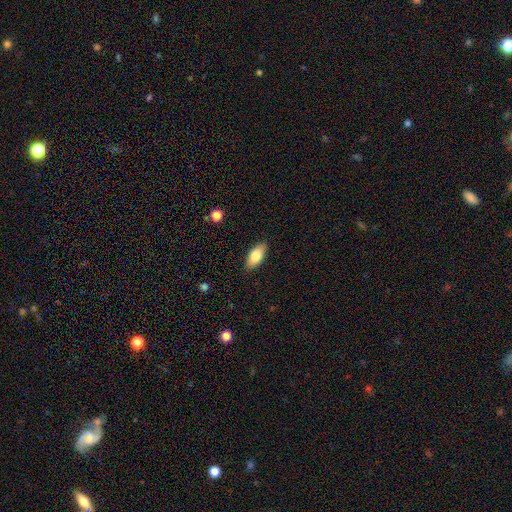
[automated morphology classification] Q: Smooth or featured?
A: smooth (80%); runner-up: featured or disk (13%)
Q: How rounded?
A: in between (89%); runner-up: cigar-shaped (8%)
Q: Merging?
A: none (87%); runner-up: minor disturbance (10%)